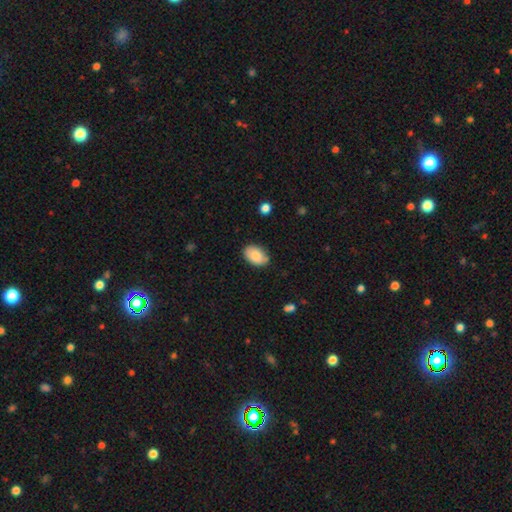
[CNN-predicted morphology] Smooth or featured: smooth — 84% (featured or disk — 9%)
How rounded: in between — 89% (round — 10%)
Merging: none — 79% (minor disturbance — 16%)